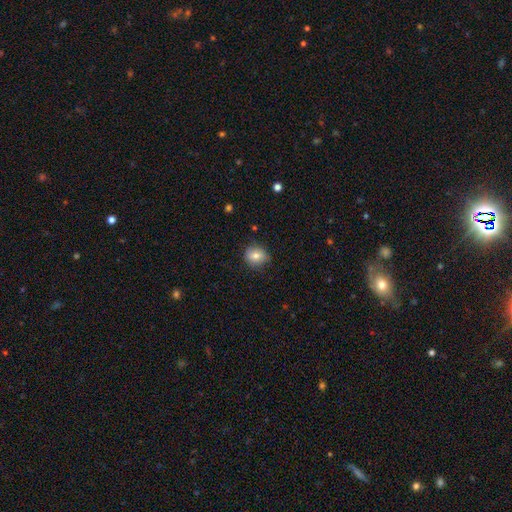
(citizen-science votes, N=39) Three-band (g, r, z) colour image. It shows a smooth galaxy with no disk features (79%) that is round (90%). Merging: none (75%).